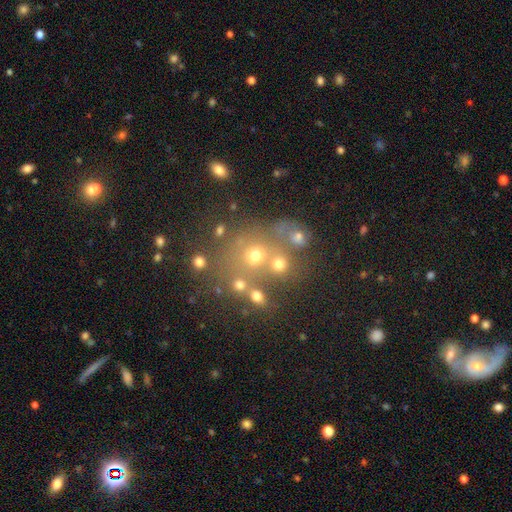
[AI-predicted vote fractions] Smooth or featured? Predicted: smooth (p=0.42). Merging? Predicted: none (p=0.54).